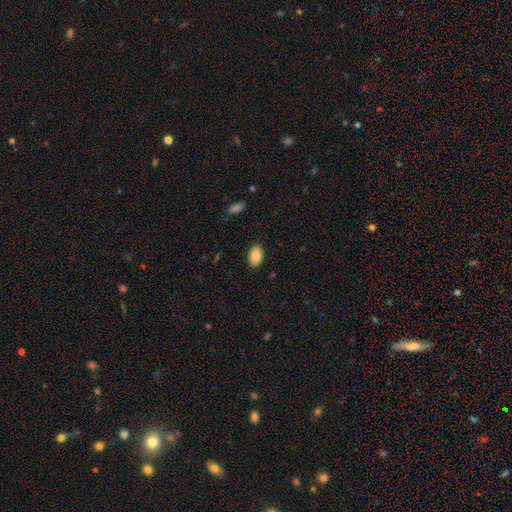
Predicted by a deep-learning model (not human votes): smooth 89%, star or artifact 7%, featured or disk 4%. Down the decision tree: how rounded — in between (90%); merging — none (87%).